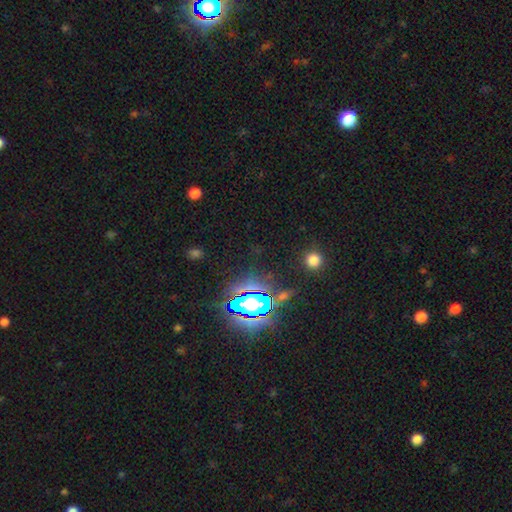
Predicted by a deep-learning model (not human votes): This appears to be a star or artifact, not a galaxy (77%).